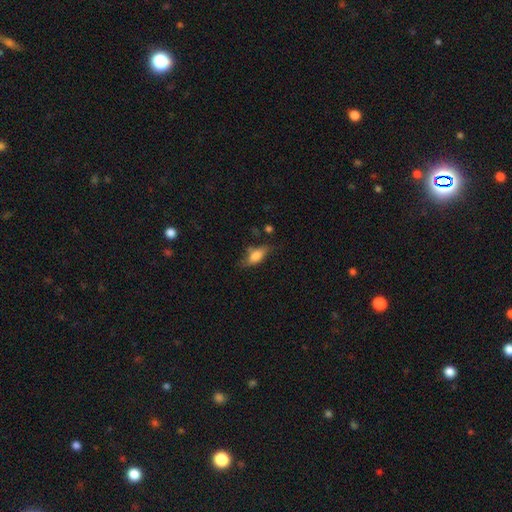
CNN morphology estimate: Smooth or featured: smooth — 75% (featured or disk — 17%)
How rounded: in between — 81% (cigar-shaped — 15%)
Merging: none — 62% (minor disturbance — 26%)